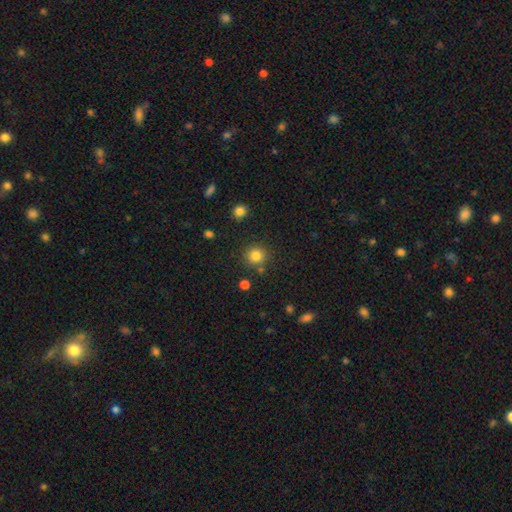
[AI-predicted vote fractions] Overall: smooth (83%). How rounded: round (91%). Merging: none (84%).